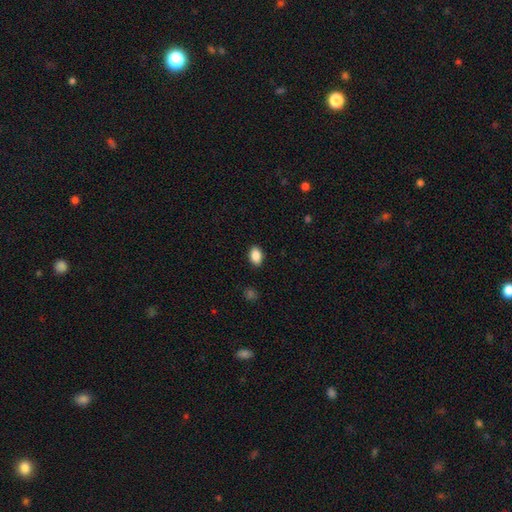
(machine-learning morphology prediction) type=smooth (88%); roundness=in between (87%); merging=none (89%).